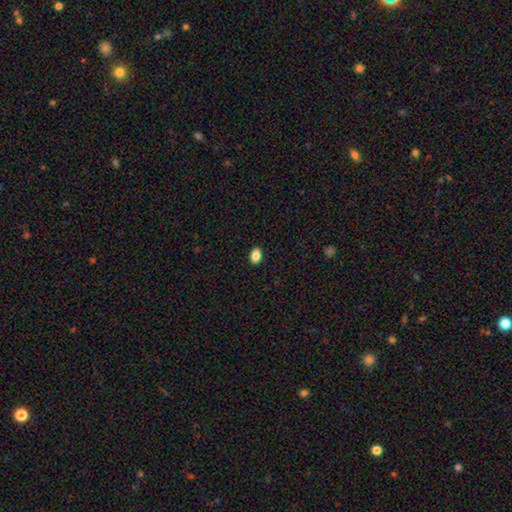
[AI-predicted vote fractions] Smooth or featured?
  - smooth: 87% *
  - star or artifact: 9%
  - featured or disk: 4%
How rounded?
  - in between: 81% *
  - round: 17%
  - cigar-shaped: 1%
Merging?
  - none: 90% *
  - minor disturbance: 7%
  - major disturbance: 2%
  - merger: 1%